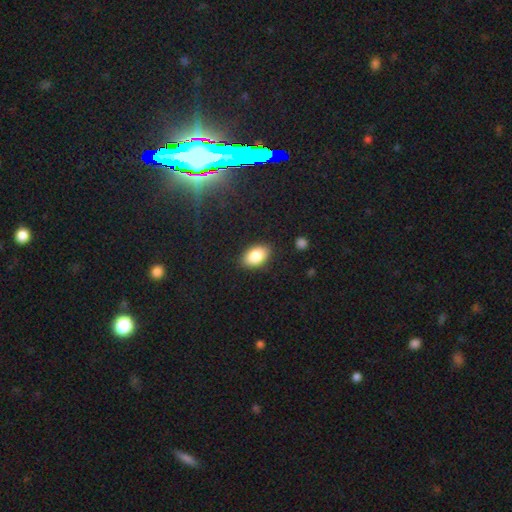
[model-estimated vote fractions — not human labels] A smooth galaxy with no disk features (85%) that is in between round and cigar-shaped (90%).

Vote fractions:
- Smooth or featured? smooth: 85% / star or artifact: 7% / featured or disk: 7%
- How rounded? in between: 90% / round: 8% / cigar-shaped: 1%
- Merging? none: 87% / minor disturbance: 10% / major disturbance: 2% / merger: 1%